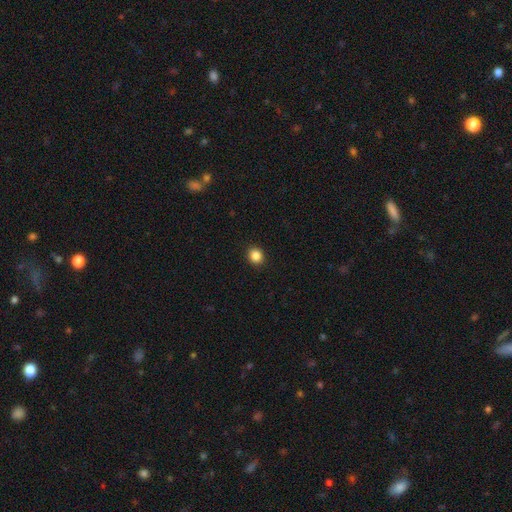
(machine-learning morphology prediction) Smooth or featured: smooth — 86% (star or artifact — 10%)
How rounded: round — 80% (in between — 19%)
Merging: none — 92% (minor disturbance — 5%)